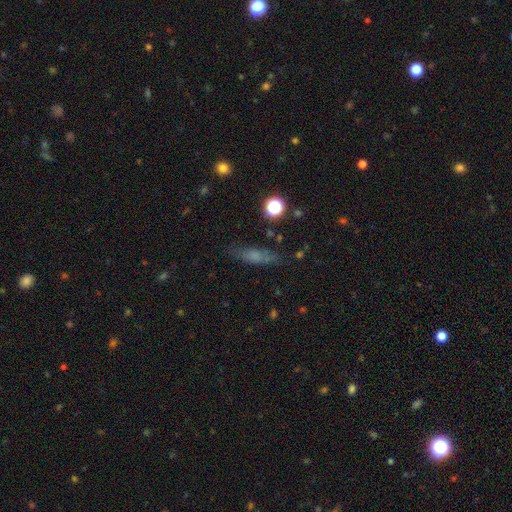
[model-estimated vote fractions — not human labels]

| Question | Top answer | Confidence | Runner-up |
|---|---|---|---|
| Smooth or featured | smooth | 56% | featured or disk (28%) |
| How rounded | cigar-shaped | 59% | in between (35%) |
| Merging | none | 76% | minor disturbance (16%) |